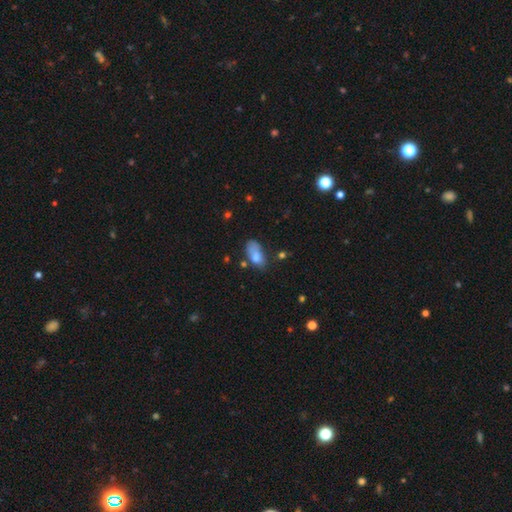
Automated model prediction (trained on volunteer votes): Overall: smooth (76%). How rounded: in between (89%). Merging: none (38%; minor disturbance 32%).